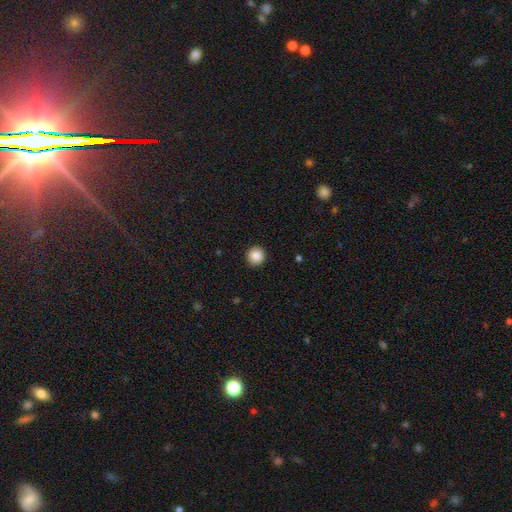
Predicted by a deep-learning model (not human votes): A smooth galaxy with no disk features (86%) that is round (94%).

Vote fractions:
- Smooth or featured? smooth: 86% / star or artifact: 9% / featured or disk: 5%
- How rounded? round: 94% / in between: 5% / cigar-shaped: 1%
- Merging? none: 92% / minor disturbance: 6% / major disturbance: 2% / merger: 1%